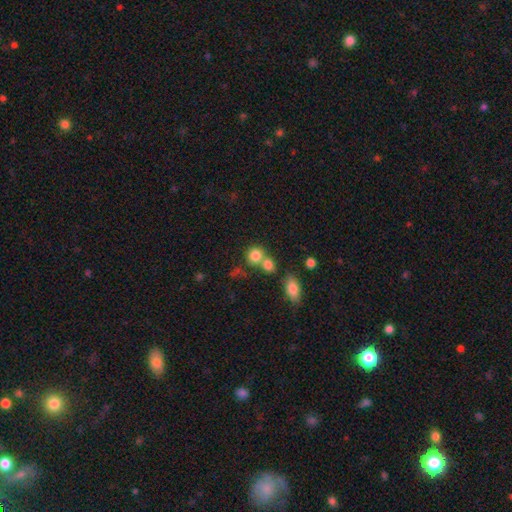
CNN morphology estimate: A smooth galaxy with no disk features (82%) that is round (80%).

Vote fractions:
- Smooth or featured? smooth: 82% / star or artifact: 11% / featured or disk: 8%
- How rounded? round: 80% / in between: 19% / cigar-shaped: 1%
- Merging? none: 50% / merger: 37% / minor disturbance: 9% / major disturbance: 4%